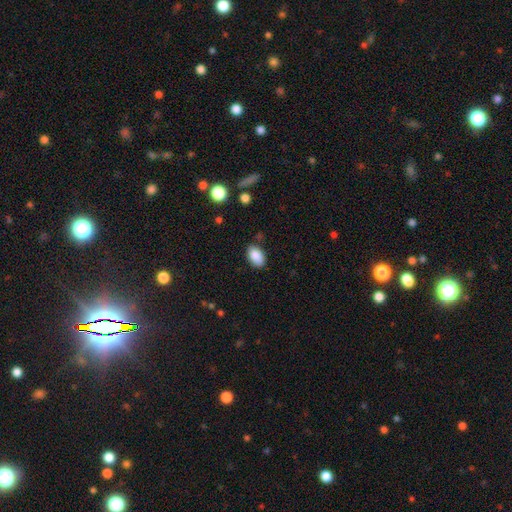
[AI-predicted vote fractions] A smooth galaxy with no disk features (88%) that is in between round and cigar-shaped (91%).

Vote fractions:
- Smooth or featured? smooth: 88% / star or artifact: 7% / featured or disk: 5%
- How rounded? in between: 91% / round: 7% / cigar-shaped: 1%
- Merging? none: 81% / minor disturbance: 14% / major disturbance: 3% / merger: 2%